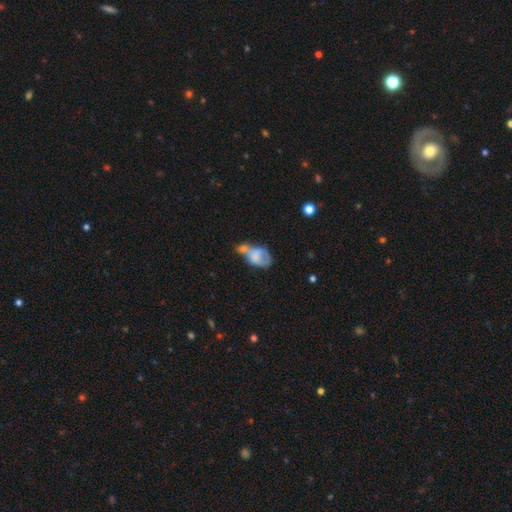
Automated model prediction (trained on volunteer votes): Smooth or featured: smooth — 56% (featured or disk — 35%)
How rounded: in between — 85% (round — 13%)
Merging: merger — 47% (major disturbance — 21%)